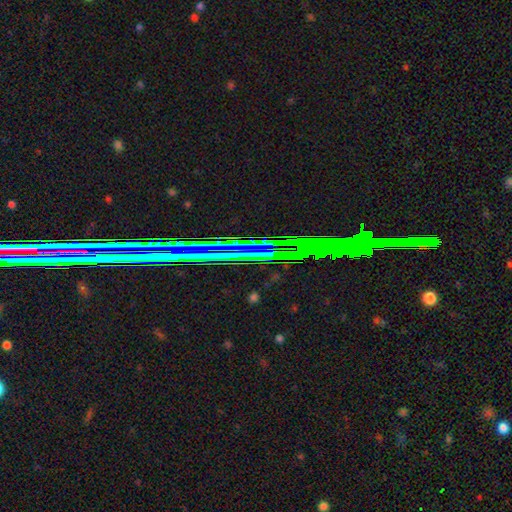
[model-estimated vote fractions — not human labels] Smooth or featured?
  - star or artifact: 76% *
  - featured or disk: 14%
  - smooth: 10%